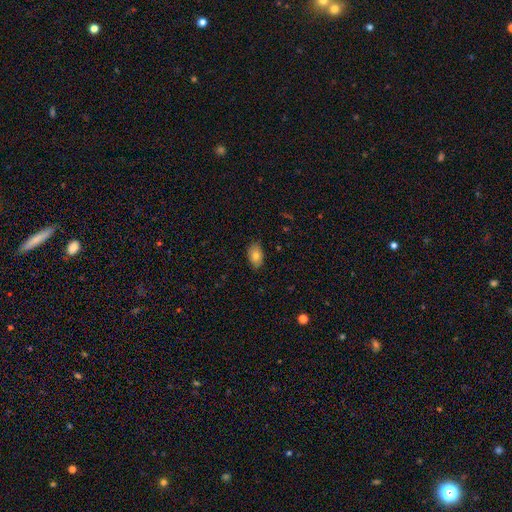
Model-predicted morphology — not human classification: Smooth or featured?
  - smooth: 75% *
  - featured or disk: 17%
  - star or artifact: 8%
How rounded?
  - in between: 89% *
  - round: 9%
  - cigar-shaped: 1%
Merging?
  - none: 82% *
  - minor disturbance: 15%
  - major disturbance: 2%
  - merger: 1%